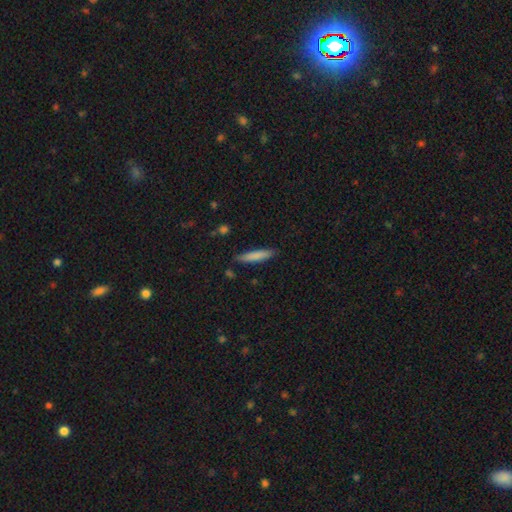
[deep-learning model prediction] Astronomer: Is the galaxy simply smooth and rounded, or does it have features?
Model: smooth — 79%.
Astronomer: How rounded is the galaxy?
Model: cigar-shaped — 88%.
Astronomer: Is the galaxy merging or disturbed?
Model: none — 85%.